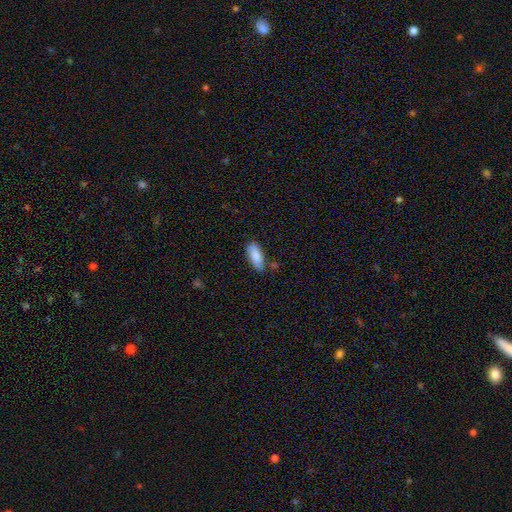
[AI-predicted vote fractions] smooth 83%, featured or disk 11%, star or artifact 6%. Down the decision tree: how rounded — in between (83%); merging — none (75%).